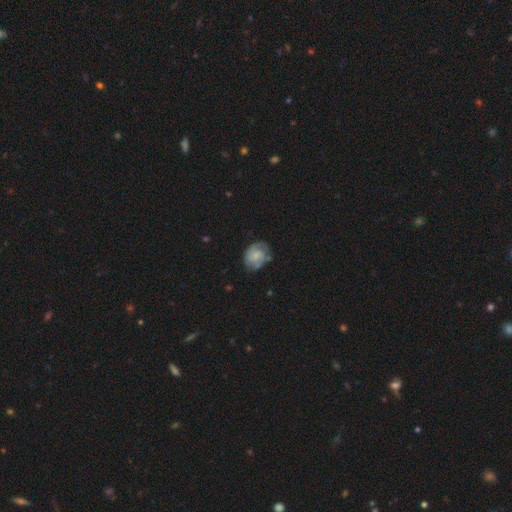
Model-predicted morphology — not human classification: Smooth or featured? Predicted: featured or disk (p=0.58). Edge-on disk? Predicted: no (p=0.97). Bar? Predicted: no (p=0.63). Spiral arms? Predicted: yes (p=0.85). Bulge size? Predicted: small (p=0.49). Merging? Predicted: none (p=0.62).